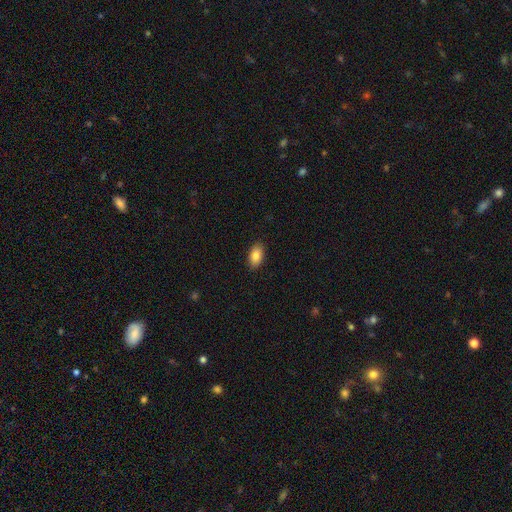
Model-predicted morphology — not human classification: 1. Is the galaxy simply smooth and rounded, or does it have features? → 85% smooth, 8% featured or disk, 7% star or artifact.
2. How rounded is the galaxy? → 93% in between, 5% round, 2% cigar-shaped.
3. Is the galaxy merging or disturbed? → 89% none, 8% minor disturbance, 2% major disturbance, 1% merger.